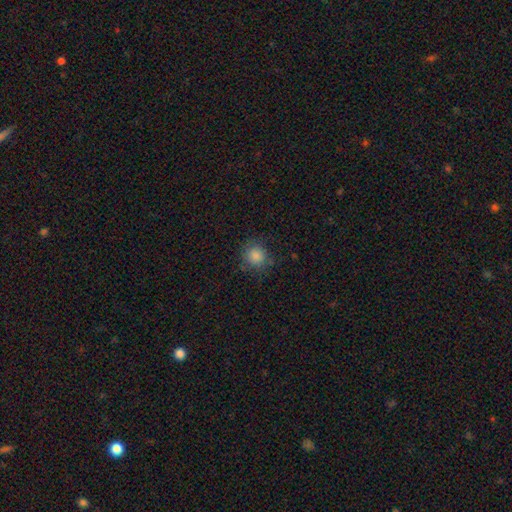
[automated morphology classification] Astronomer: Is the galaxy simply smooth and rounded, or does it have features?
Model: smooth — 83%.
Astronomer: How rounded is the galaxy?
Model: round — 89%.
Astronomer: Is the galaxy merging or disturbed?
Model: none — 82%.